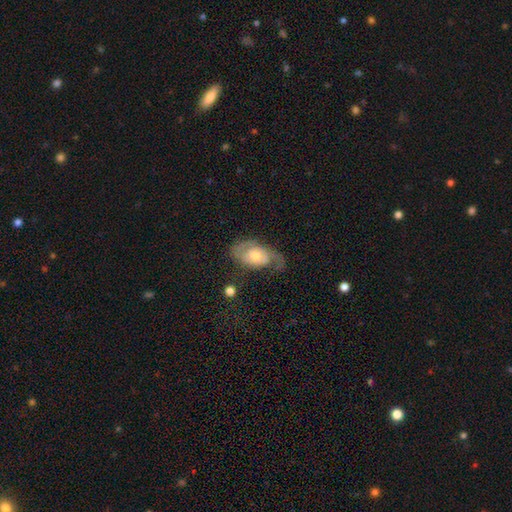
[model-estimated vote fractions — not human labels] This is likely a featured or disk galaxy (74%). It is clearly not viewed edge-on (94%). Bar: likely no (75%). Spiral arm pattern: clearly yes (85%). Spiral arm count: possibly 2 (59%). Spiral winding: marginally tight (43%). Central bulge: possibly moderate (55%). Merging: possibly none (51%).